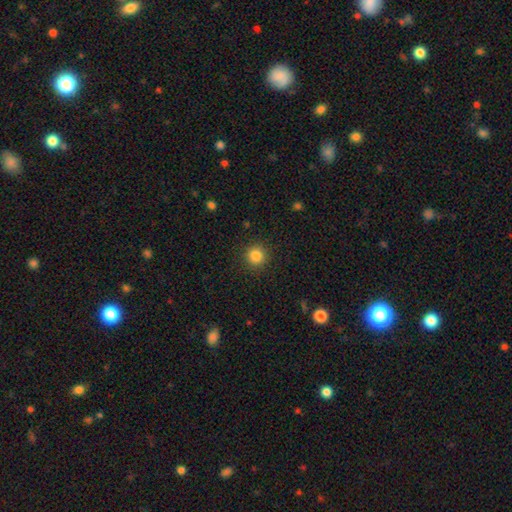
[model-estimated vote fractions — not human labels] Smooth or featured: smooth — 84% (star or artifact — 11%)
How rounded: round — 94% (in between — 5%)
Merging: none — 91% (minor disturbance — 6%)